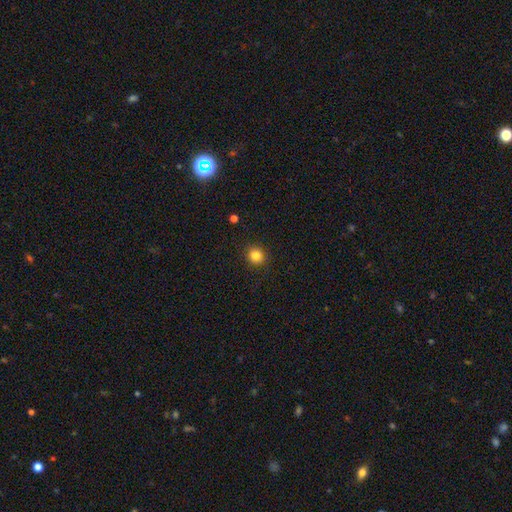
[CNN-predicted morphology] Smooth or featured?
  - smooth: 83% *
  - star or artifact: 12%
  - featured or disk: 5%
How rounded?
  - round: 91% *
  - in between: 9%
  - cigar-shaped: 1%
Merging?
  - none: 91% *
  - minor disturbance: 6%
  - major disturbance: 2%
  - merger: 1%